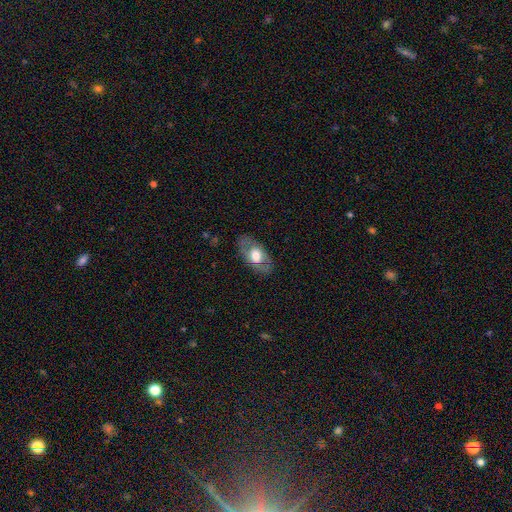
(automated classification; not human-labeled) Overall: featured or disk (47%; smooth 46%). Merging: none (80%).